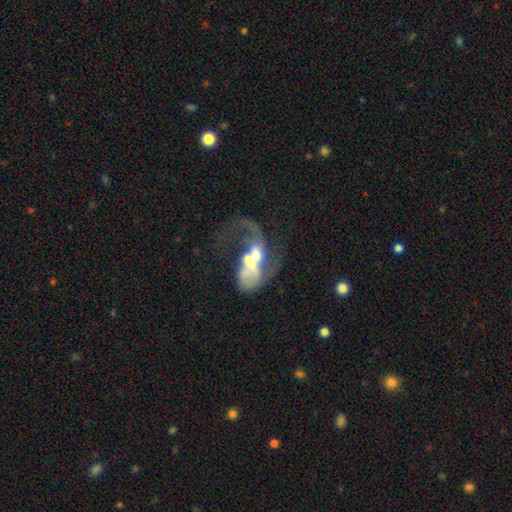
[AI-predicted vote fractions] Overall: featured or disk (73%). Edge-on disk: no (95%). Bar: no (55%; weak 32%). Spiral arms: yes (73%). Spiral arm count: 1 (51%; 2 33%). Spiral winding: loose (62%; medium 27%). Bulge size: moderate (51%; small 29%). Merging: merger (55%; major disturbance 24%).